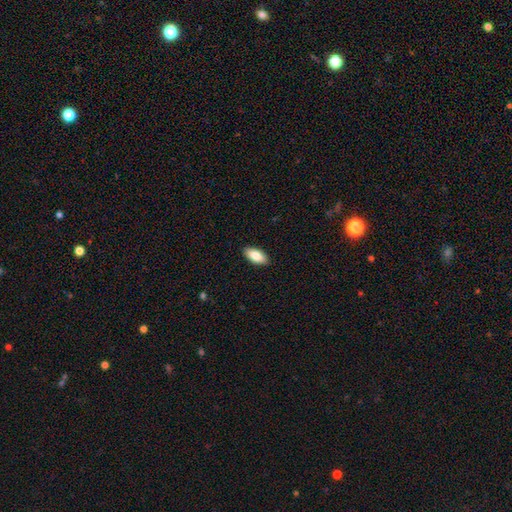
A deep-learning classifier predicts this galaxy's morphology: The model was most divided on "smooth or featured": smooth: 85%, featured or disk: 9%, star or artifact: 6%. More confident: how rounded — in between (91%); merging — none (90%).